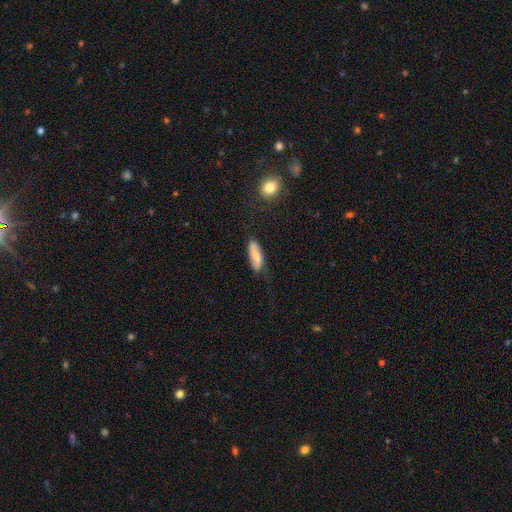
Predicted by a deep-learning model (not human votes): smooth_or_featured: smooth (p=0.68) [alt: featured or disk p=0.25]
how_rounded: in between (p=0.56) [alt: cigar-shaped p=0.41]
merging: none (p=0.68) [alt: minor disturbance p=0.23]